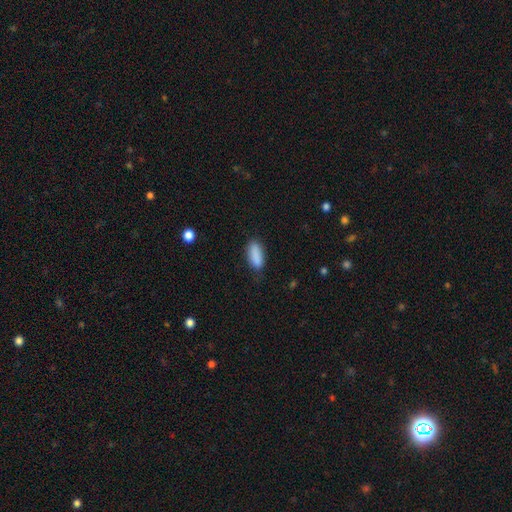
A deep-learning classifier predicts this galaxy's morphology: Smooth or featured? Predicted: smooth (p=0.88). How rounded? Predicted: in between (p=0.78). Merging? Predicted: none (p=0.79).